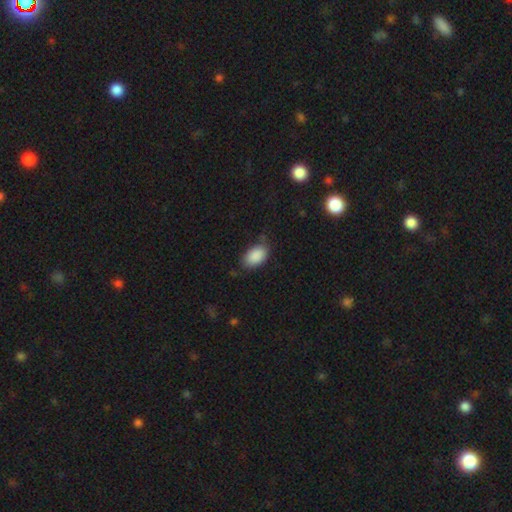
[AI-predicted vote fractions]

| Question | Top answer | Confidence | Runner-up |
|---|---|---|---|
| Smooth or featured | smooth | 89% | star or artifact (7%) |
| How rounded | in between | 91% | round (7%) |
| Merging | none | 74% | minor disturbance (20%) |